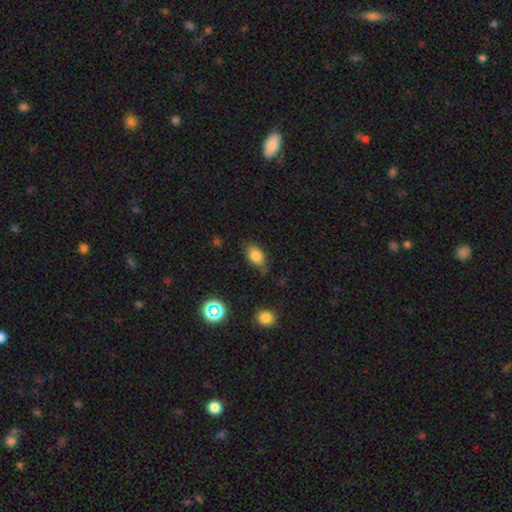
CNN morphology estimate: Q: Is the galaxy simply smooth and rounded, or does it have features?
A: smooth — 81%.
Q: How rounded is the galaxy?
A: in between — 86%.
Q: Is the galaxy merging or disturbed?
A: none — 71%.